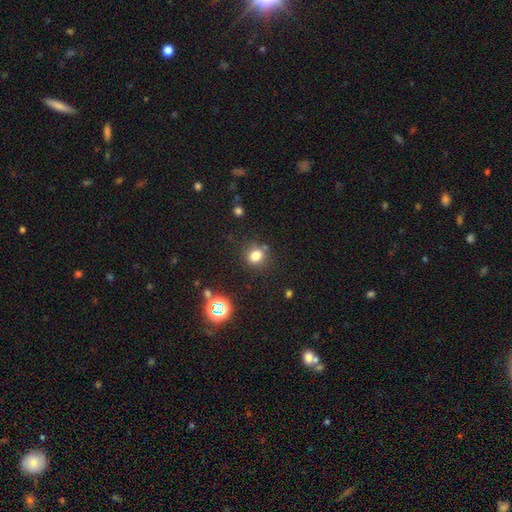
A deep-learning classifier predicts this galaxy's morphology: A smooth galaxy with no disk features (77%) that is round (71%).

Vote fractions:
- Smooth or featured? smooth: 77% / star or artifact: 16% / featured or disk: 7%
- How rounded? round: 71% / in between: 28% / cigar-shaped: 1%
- Merging? none: 78% / minor disturbance: 12% / merger: 6% / major disturbance: 4%